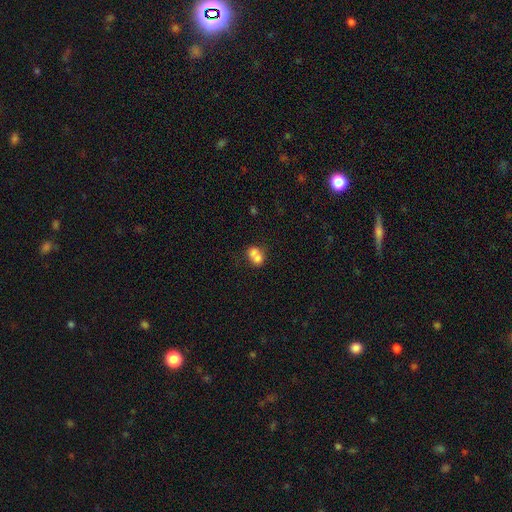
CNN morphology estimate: This is likely a smooth galaxy (69%). How rounded: possibly round (57%). Merging: likely merger (65%).